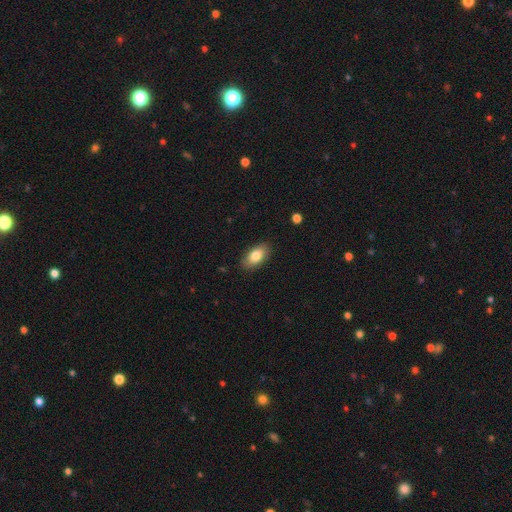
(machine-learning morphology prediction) smooth 81%, featured or disk 12%, star or artifact 7%. Down the decision tree: how rounded — in between (92%); merging — none (87%).